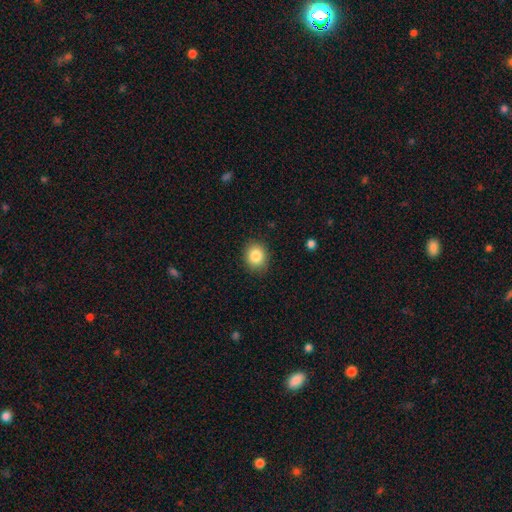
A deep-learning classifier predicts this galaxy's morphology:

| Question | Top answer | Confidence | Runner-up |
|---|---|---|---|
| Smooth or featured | smooth | 85% | star or artifact (9%) |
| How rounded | round | 68% | in between (31%) |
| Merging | none | 88% | minor disturbance (9%) |